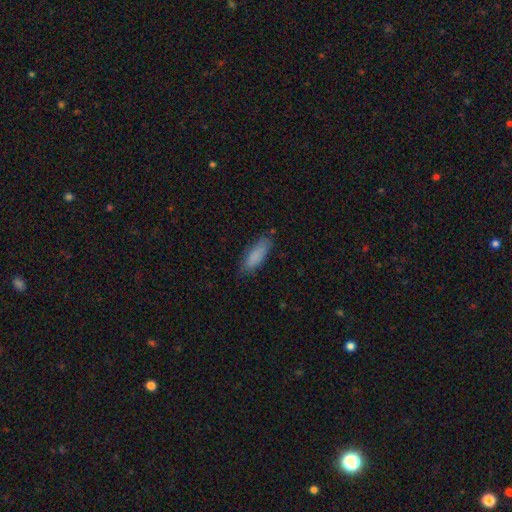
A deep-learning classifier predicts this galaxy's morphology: A smooth galaxy with no disk features (86%) that is in between round and cigar-shaped (62%).

Vote fractions:
- Smooth or featured? smooth: 86% / featured or disk: 8% / star or artifact: 7%
- How rounded? in between: 62% / cigar-shaped: 36% / round: 2%
- Merging? none: 77% / minor disturbance: 18% / major disturbance: 4% / merger: 1%